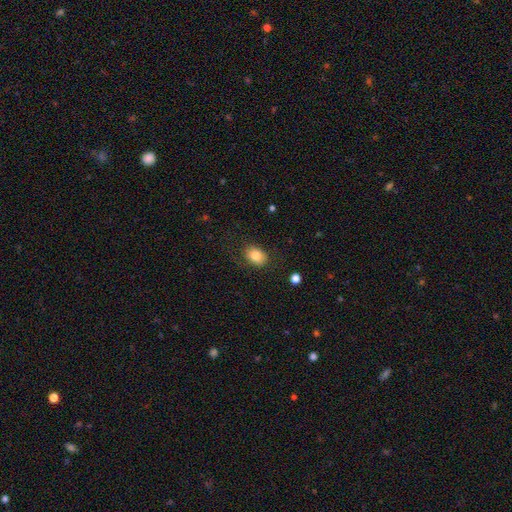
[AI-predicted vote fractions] smooth 81%, featured or disk 10%, star or artifact 9%. Down the decision tree: how rounded — in between (71%); merging — none (77%).